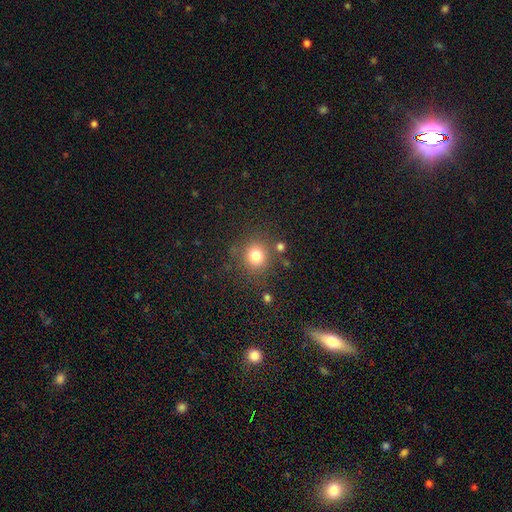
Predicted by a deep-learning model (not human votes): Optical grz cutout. It shows a smooth galaxy with no disk features (78%) that is round (89%). Merging: none (80%).